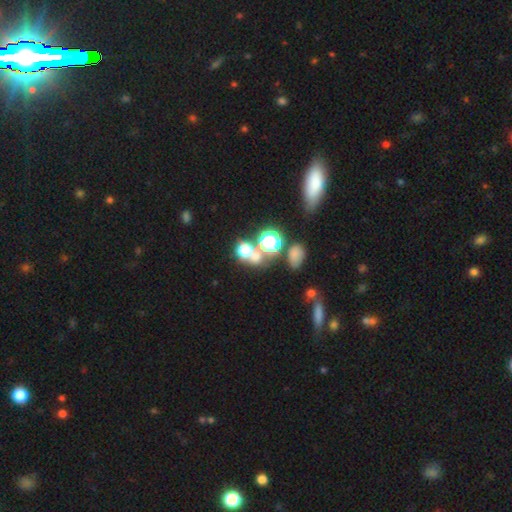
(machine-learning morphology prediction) smooth 53%, star or artifact 36%, featured or disk 11%. Down the decision tree: how rounded — round (78%); merging — none (51%).